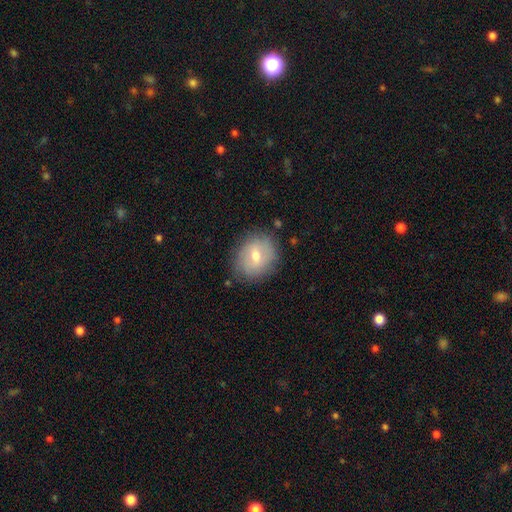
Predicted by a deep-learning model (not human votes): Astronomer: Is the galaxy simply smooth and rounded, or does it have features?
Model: smooth — 55% (runner-up: featured or disk, 37%).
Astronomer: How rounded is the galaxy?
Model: round — 59% (runner-up: in between, 40%).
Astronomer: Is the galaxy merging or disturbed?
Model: none — 78%.